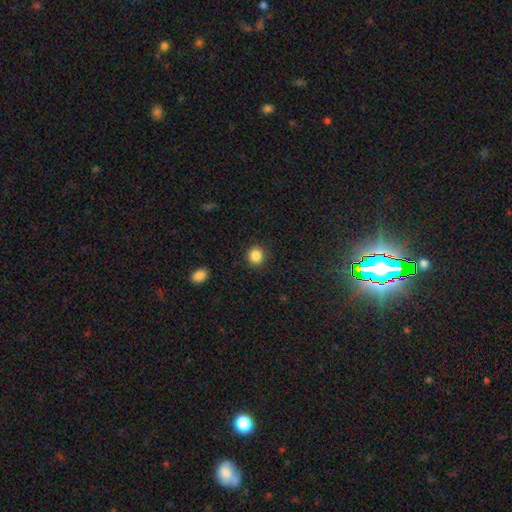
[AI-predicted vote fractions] A smooth galaxy with no disk features (87%) that is round (85%). Merging: none (90%).